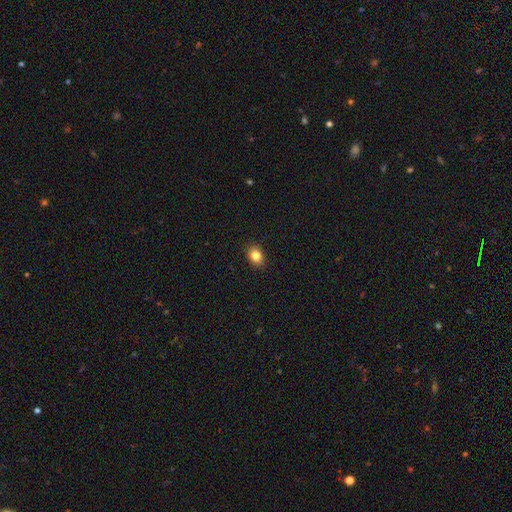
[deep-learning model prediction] Overall: smooth (83%). How rounded: in between (67%; round 32%). Merging: none (90%).